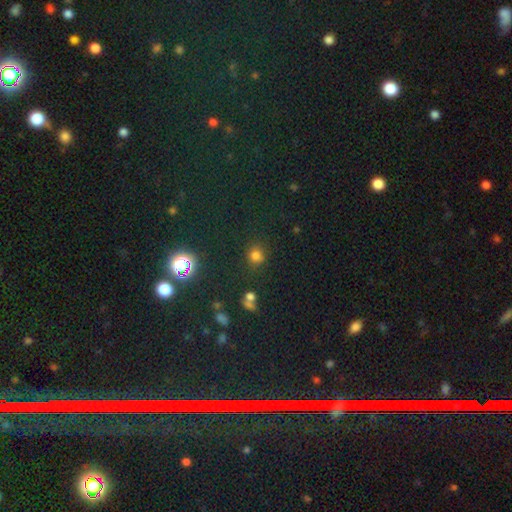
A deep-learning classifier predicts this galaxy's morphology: Smooth or featured?
  - smooth: 73% *
  - star or artifact: 22%
  - featured or disk: 6%
How rounded?
  - round: 85% *
  - in between: 14%
  - cigar-shaped: 1%
Merging?
  - none: 80% *
  - minor disturbance: 11%
  - merger: 5%
  - major disturbance: 4%